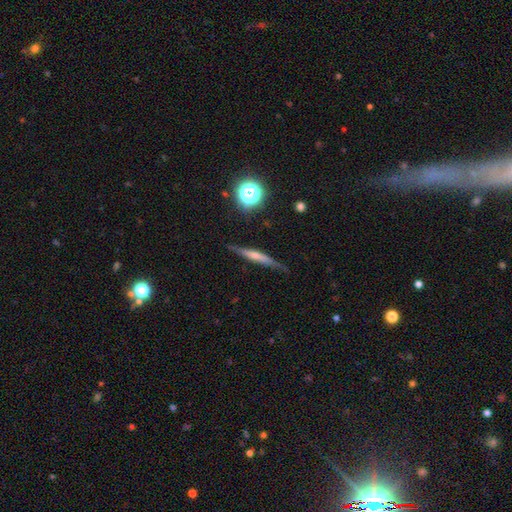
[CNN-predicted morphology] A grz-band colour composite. It shows a featured or disk galaxy (52%) viewed edge-on (94%). Merging: none (80%).